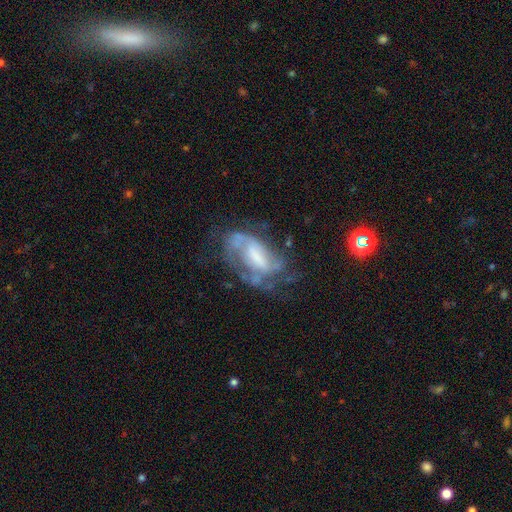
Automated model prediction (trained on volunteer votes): Q: Smooth or featured?
A: featured or disk (72%); runner-up: smooth (19%)
Q: Edge-on disk?
A: no (95%); runner-up: yes (5%)
Q: Bar?
A: weak (38%); tied with: no (38%)
Q: Spiral arms?
A: yes (70%); runner-up: no (30%)
Q: Bulge size?
A: moderate (30%); runner-up: none (28%)
Q: Merging?
A: none (43%); runner-up: major disturbance (28%)